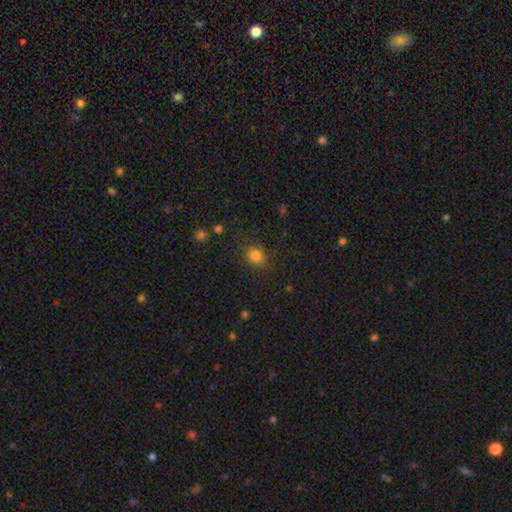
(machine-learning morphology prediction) smooth_or_featured: smooth (p=0.81) [alt: star or artifact p=0.14]
how_rounded: round (p=0.80) [alt: in between p=0.19]
merging: none (p=0.81) [alt: minor disturbance p=0.13]